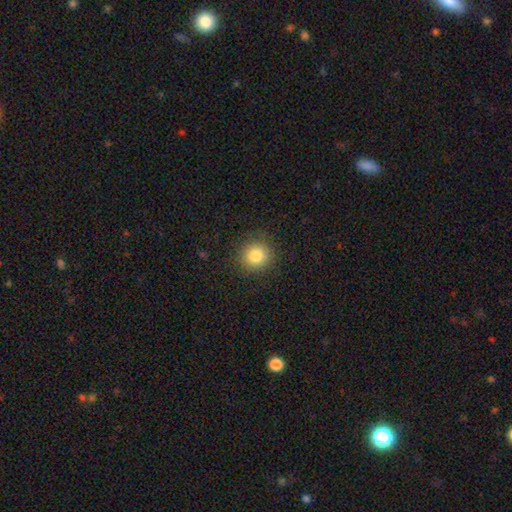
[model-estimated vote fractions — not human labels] Smooth or featured?
  - smooth: 82% *
  - star or artifact: 11%
  - featured or disk: 7%
How rounded?
  - round: 89% *
  - in between: 10%
  - cigar-shaped: 1%
Merging?
  - none: 89% *
  - minor disturbance: 8%
  - major disturbance: 3%
  - merger: 1%